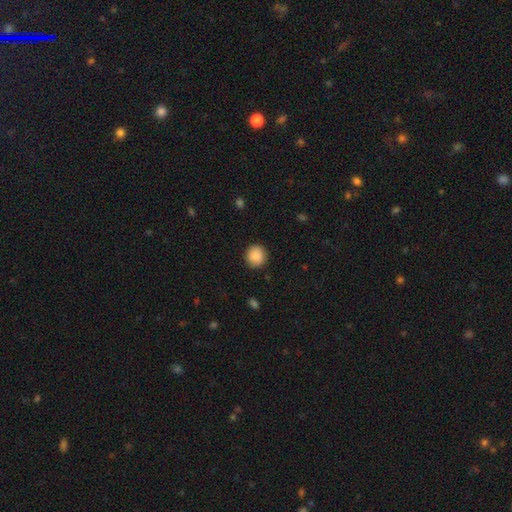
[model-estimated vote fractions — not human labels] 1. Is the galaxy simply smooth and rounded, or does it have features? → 89% smooth, 8% star or artifact, 3% featured or disk.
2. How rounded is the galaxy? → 89% round, 10% in between, 1% cigar-shaped.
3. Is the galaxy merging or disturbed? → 89% none, 7% minor disturbance, 2% major disturbance, 1% merger.